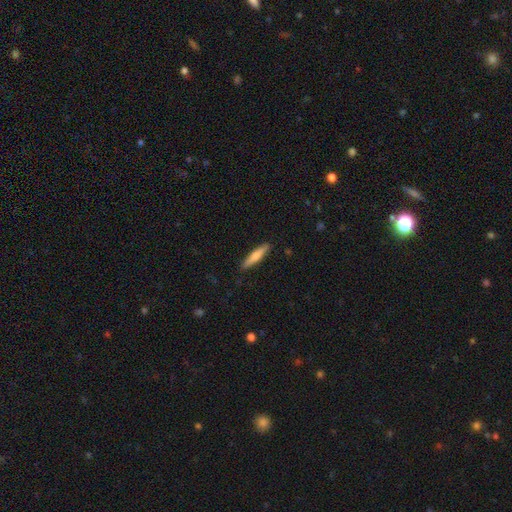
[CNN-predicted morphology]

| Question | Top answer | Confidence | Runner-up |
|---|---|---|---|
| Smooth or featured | smooth | 69% | featured or disk (25%) |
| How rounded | cigar-shaped | 88% | in between (10%) |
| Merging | none | 89% | minor disturbance (8%) |